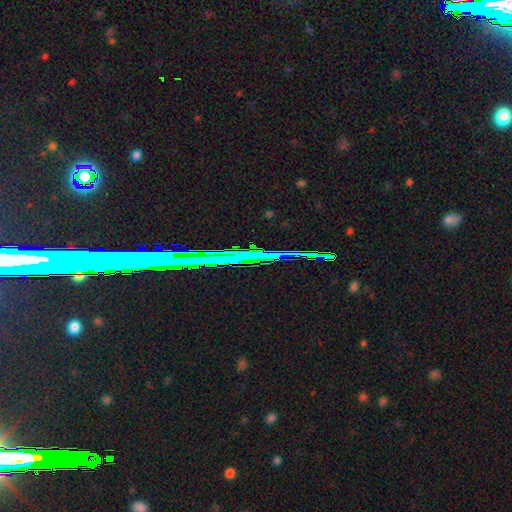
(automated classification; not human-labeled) A star or artifact, not a galaxy (69%).